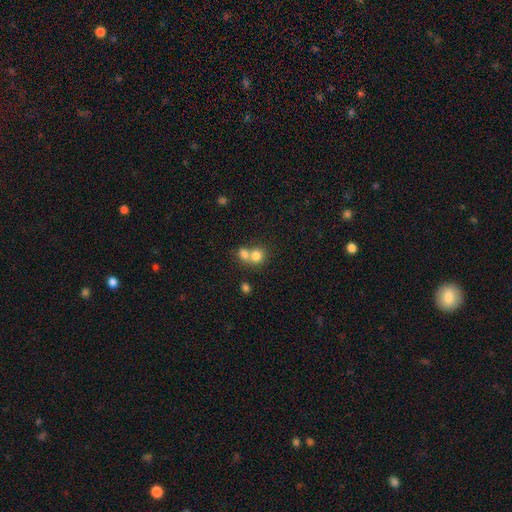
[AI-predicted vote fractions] Smooth or featured? Predicted: smooth (p=0.78). How rounded? Predicted: round (p=0.76). Merging? Predicted: merger (p=0.61).